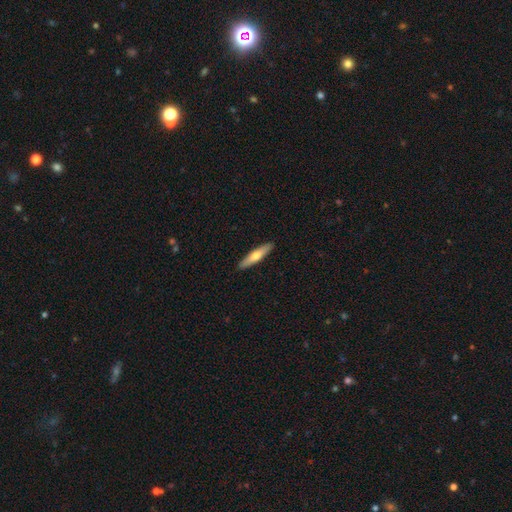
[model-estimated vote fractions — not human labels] smooth-or-featured: smooth: 60% | featured or disk: 35% | star or artifact: 5%
  how-rounded: cigar-shaped: 83% | in between: 15% | round: 2%
  merging: none: 91% | minor disturbance: 6% | major disturbance: 1% | merger: 1%